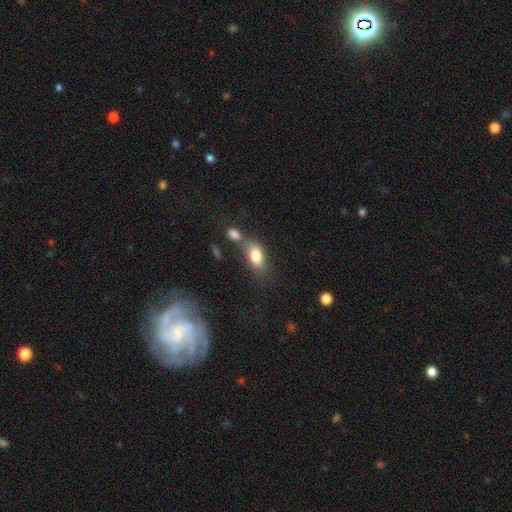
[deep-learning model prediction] Overall: smooth (80%). How rounded: in between (85%). Merging: none (52%; merger 25%).